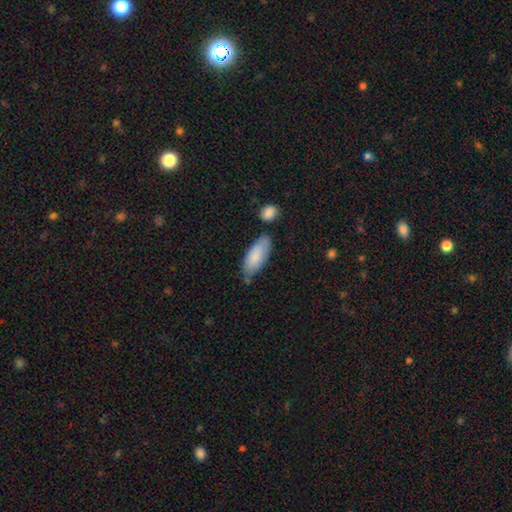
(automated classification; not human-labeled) This appears to be a smooth galaxy with no disk features (83%) that is in between round and cigar-shaped (81%). Merging: none (63%).